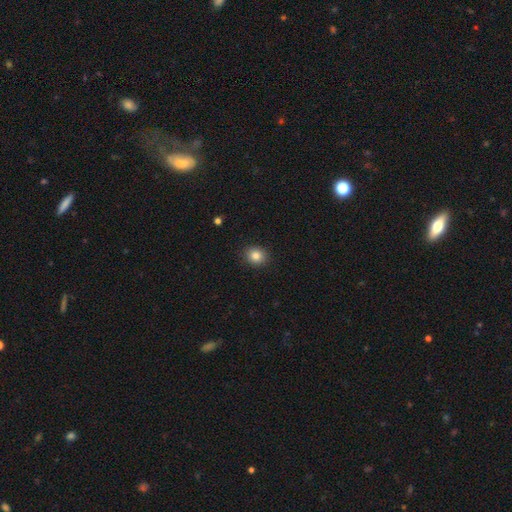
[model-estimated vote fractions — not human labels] Smooth or featured: smooth — 84% (star or artifact — 10%)
How rounded: round — 73% (in between — 26%)
Merging: none — 90% (minor disturbance — 7%)